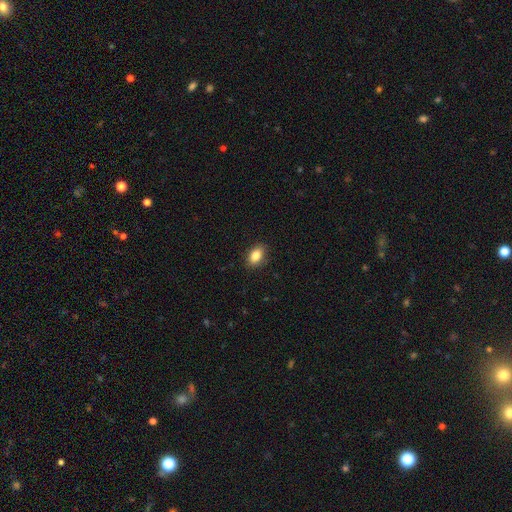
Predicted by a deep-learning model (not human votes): Smooth or featured? smooth (85%)
How rounded? in between (84%)
Merging? none (87%)